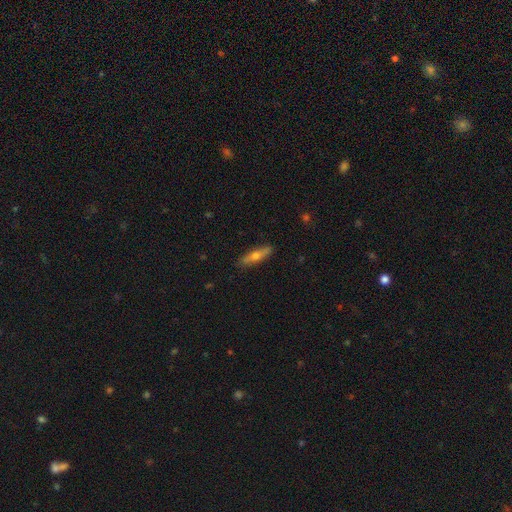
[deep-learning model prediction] The model was most divided on "smooth or featured": smooth: 52%, featured or disk: 42%, star or artifact: 6%. More confident: merging — none (87%); how rounded — cigar-shaped (75%).